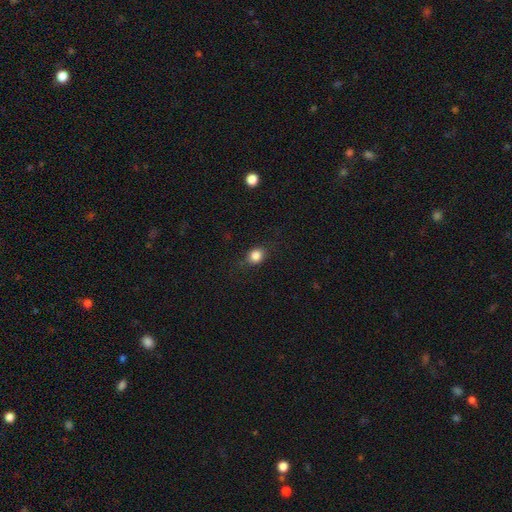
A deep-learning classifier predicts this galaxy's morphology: This is clearly a smooth galaxy (83%). How rounded: likely round (60%). Merging: likely none (79%).